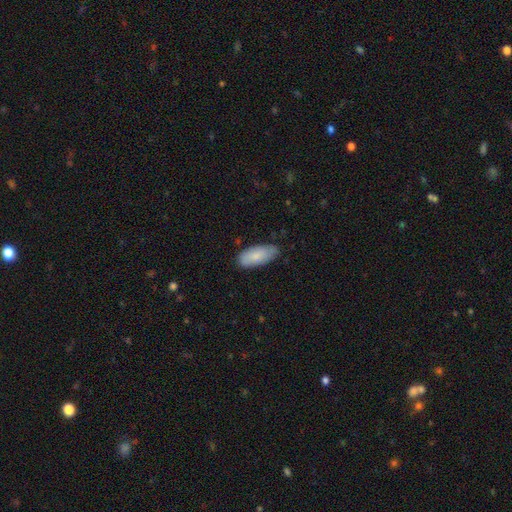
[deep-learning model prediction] The model was most divided on "merging": none: 76%, minor disturbance: 19%, major disturbance: 3%, merger: 1%. More confident: how rounded — in between (86%); smooth or featured — smooth (82%).